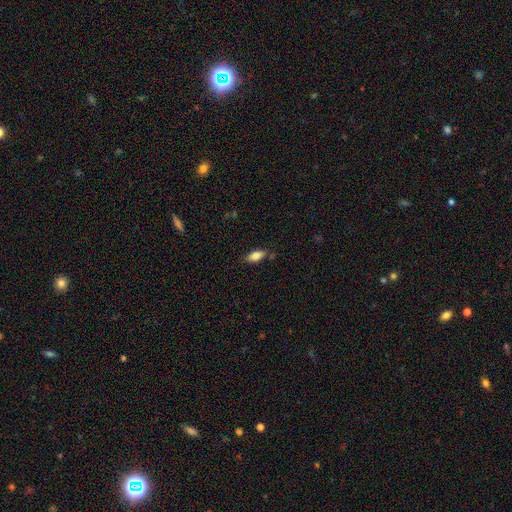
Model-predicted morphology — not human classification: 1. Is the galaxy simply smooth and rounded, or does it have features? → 83% smooth, 10% featured or disk, 7% star or artifact.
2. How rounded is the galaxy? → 87% in between, 11% cigar-shaped, 3% round.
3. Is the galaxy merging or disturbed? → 78% none, 15% minor disturbance, 4% merger, 3% major disturbance.